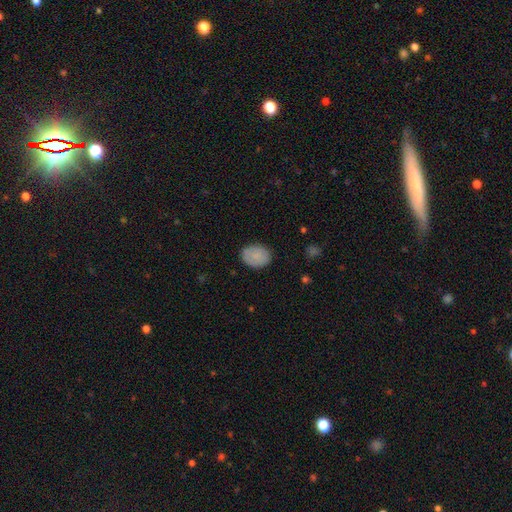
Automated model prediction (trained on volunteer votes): This appears to be a smooth galaxy with no disk features (84%) that is in between round and cigar-shaped (65%). Merging: none (85%).